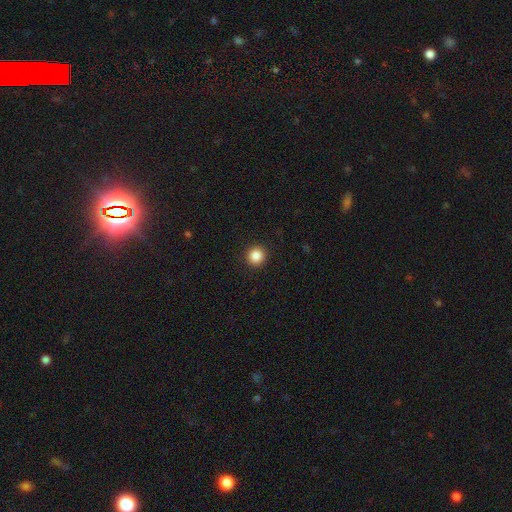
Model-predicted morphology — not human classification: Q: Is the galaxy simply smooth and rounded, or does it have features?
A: smooth — 86%.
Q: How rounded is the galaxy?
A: round — 93%.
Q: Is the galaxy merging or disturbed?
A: none — 92%.